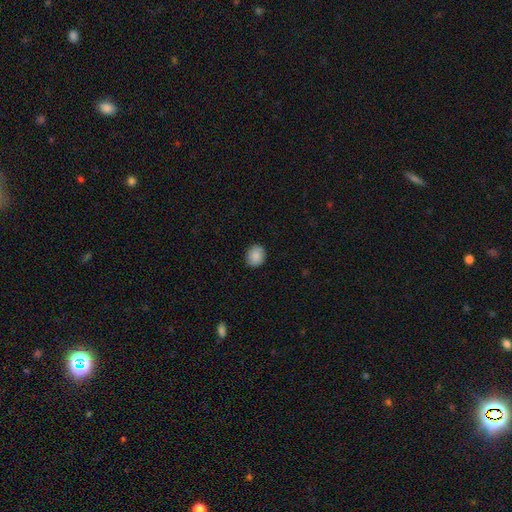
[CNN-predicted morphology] type=smooth (88%); roundness=round (75%); merging=none (89%).